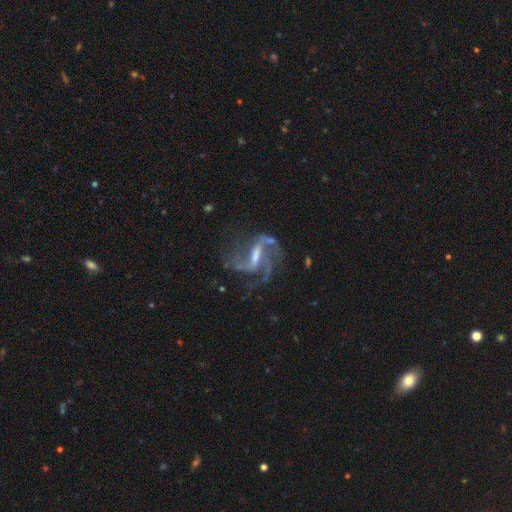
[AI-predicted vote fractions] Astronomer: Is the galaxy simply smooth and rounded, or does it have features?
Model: featured or disk — 87%.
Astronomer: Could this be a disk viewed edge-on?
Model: no — 96%.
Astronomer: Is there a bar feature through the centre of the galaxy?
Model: strong — 49% (runner-up: weak, 39%).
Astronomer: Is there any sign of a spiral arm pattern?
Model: yes — 95%.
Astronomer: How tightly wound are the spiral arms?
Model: medium — 46% (runner-up: loose, 42%).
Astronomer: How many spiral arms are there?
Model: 2 — 43% (runner-up: 3, 28%).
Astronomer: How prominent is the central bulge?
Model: moderate — 40% (runner-up: small, 38%).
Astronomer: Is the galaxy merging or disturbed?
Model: none — 51% (runner-up: major disturbance, 28%).